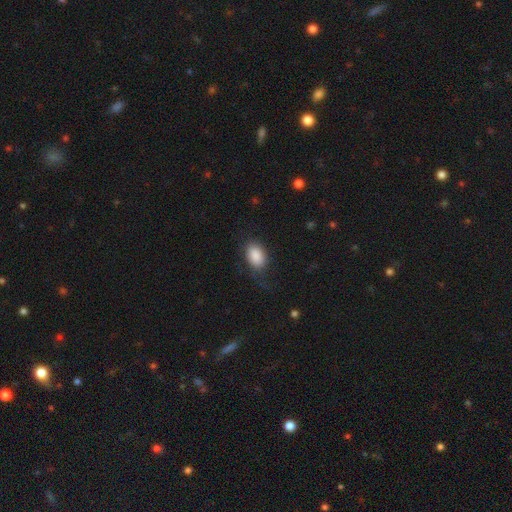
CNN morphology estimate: type=smooth (87%); roundness=in between (86%); merging=none (70%).